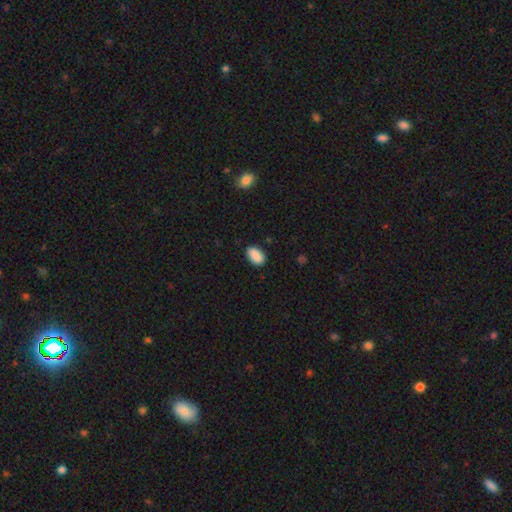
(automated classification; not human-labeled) Q: Smooth or featured?
A: smooth (89%); runner-up: star or artifact (7%)
Q: How rounded?
A: in between (91%); runner-up: round (7%)
Q: Merging?
A: none (83%); runner-up: minor disturbance (13%)